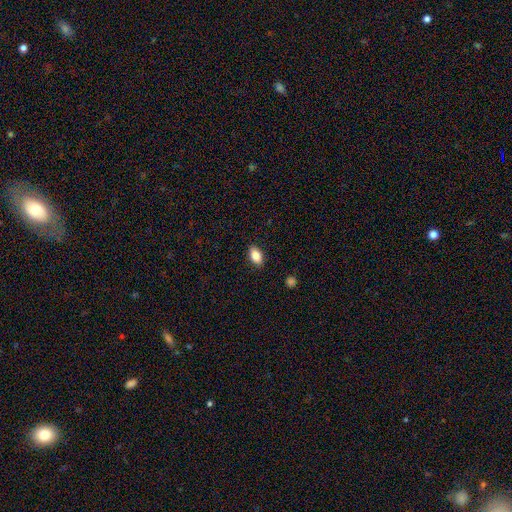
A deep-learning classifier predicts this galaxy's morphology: Smooth or featured: smooth — 86% (star or artifact — 8%)
How rounded: in between — 91% (round — 6%)
Merging: none — 88% (minor disturbance — 9%)